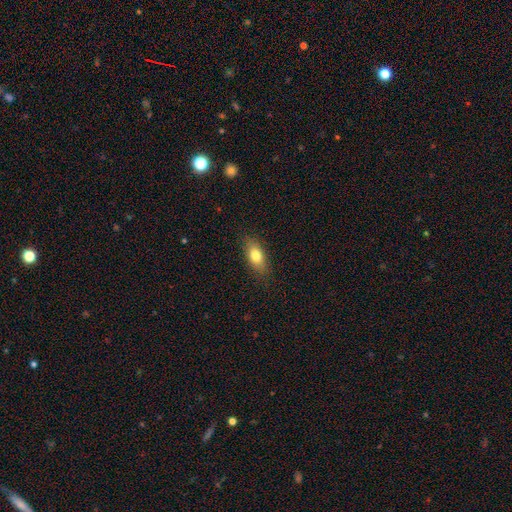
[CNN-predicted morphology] smooth-or-featured: smooth: 79% | featured or disk: 13% | star or artifact: 8%
  how-rounded: in between: 83% | cigar-shaped: 11% | round: 7%
  merging: none: 84% | minor disturbance: 12% | major disturbance: 3% | merger: 1%